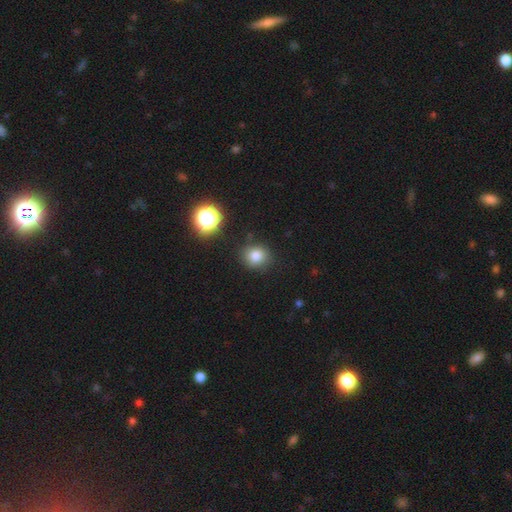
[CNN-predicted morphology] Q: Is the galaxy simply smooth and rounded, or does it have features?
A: smooth — 80%.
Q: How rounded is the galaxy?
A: round — 78%.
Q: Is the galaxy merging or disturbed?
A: none — 84%.